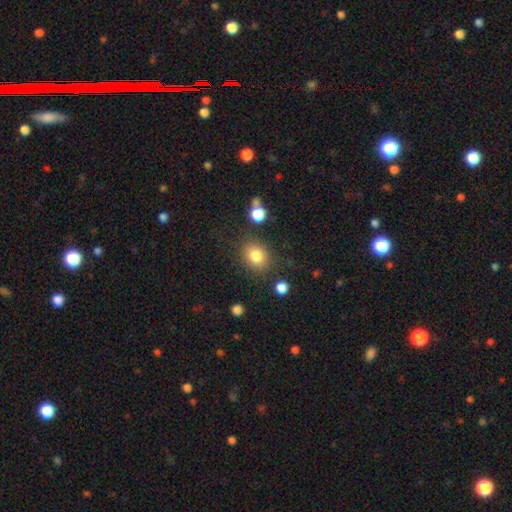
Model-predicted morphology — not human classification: A smooth galaxy with no disk features (82%) that is round (61%). Merging: none (81%).